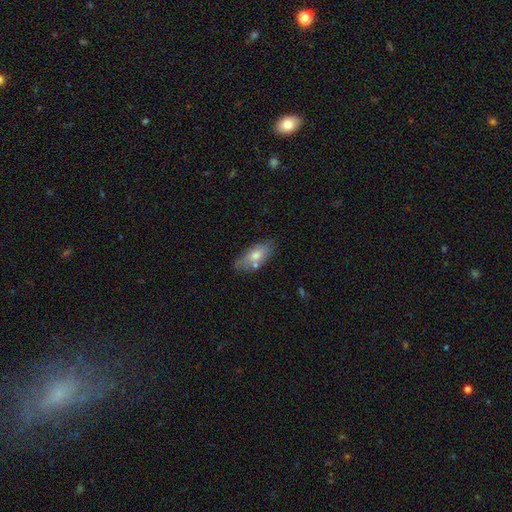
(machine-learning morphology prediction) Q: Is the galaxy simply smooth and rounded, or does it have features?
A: smooth — 66%.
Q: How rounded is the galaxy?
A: in between — 83%.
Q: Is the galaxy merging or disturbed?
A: none — 66%.